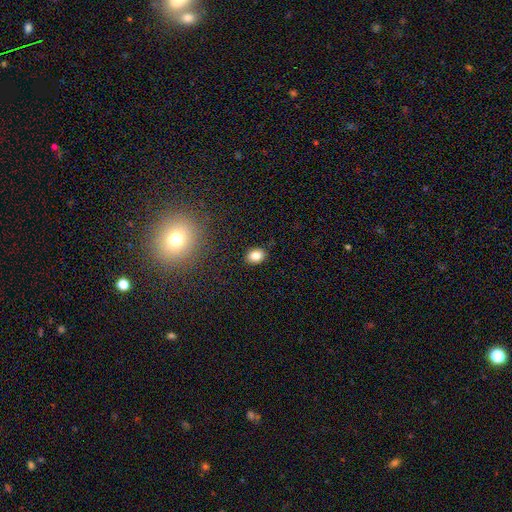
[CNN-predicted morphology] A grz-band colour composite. It shows a smooth galaxy with no disk features (82%) that is in between round and cigar-shaped (63%). Merging: none (87%).